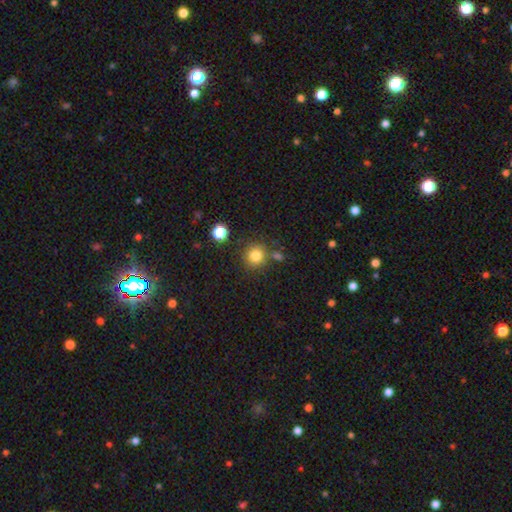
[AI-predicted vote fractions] Smooth or featured: smooth — 82% (star or artifact — 12%)
How rounded: round — 92% (in between — 7%)
Merging: none — 78% (minor disturbance — 10%)